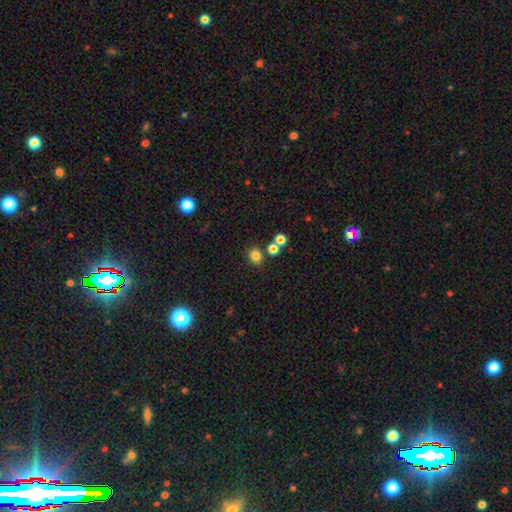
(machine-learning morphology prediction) Smooth or featured: smooth — 80% (star or artifact — 14%)
How rounded: round — 66% (in between — 33%)
Merging: none — 75% (merger — 13%)